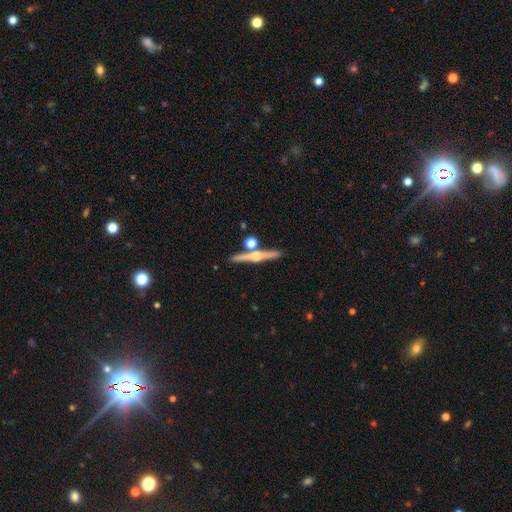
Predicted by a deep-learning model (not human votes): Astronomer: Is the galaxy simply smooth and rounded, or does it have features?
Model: featured or disk — 70%.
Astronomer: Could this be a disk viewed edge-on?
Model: yes — 97%.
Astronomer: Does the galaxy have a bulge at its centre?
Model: rounded — 91%.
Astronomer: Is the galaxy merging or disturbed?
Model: none — 78%.